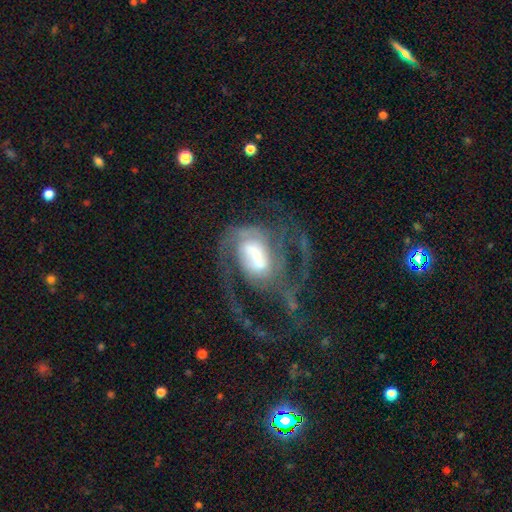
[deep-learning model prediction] This appears to be a featured or disk galaxy (83%) with a weak bar (43%), 2 (43%) medium (45%) spiral arms (91%) and a moderate central bulge (34%). Merging: major disturbance (44%).